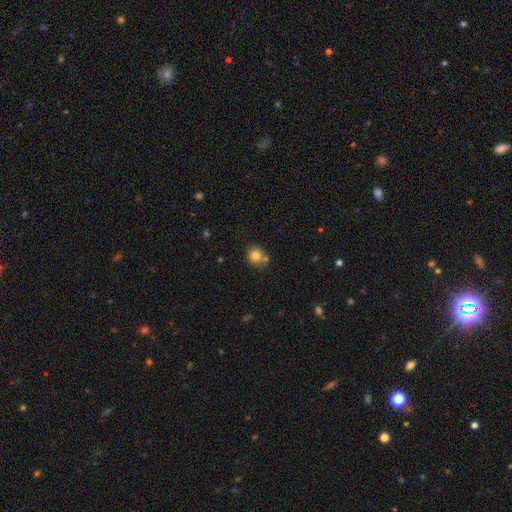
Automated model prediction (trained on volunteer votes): This is clearly a smooth galaxy (80%). How rounded: clearly round (88%). Merging: likely none (64%).